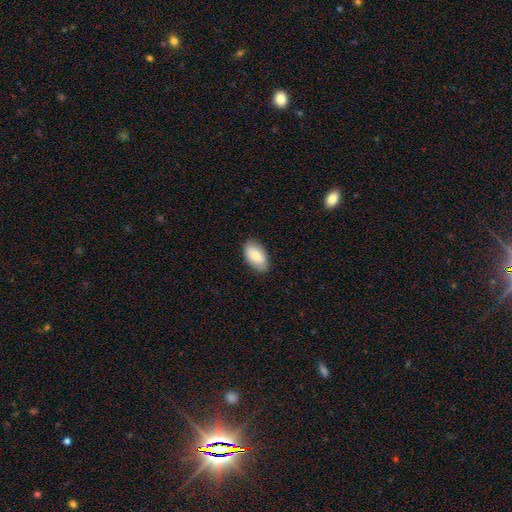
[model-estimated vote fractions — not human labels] Smooth or featured: smooth — 79% (featured or disk — 15%)
How rounded: in between — 94% (round — 4%)
Merging: none — 84% (minor disturbance — 13%)